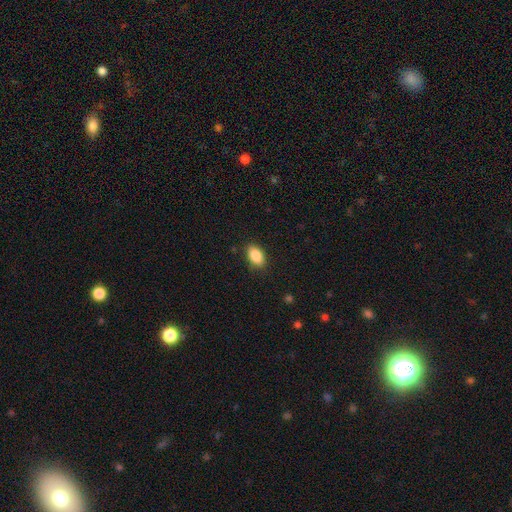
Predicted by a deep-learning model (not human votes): Overall: smooth (87%). How rounded: in between (91%). Merging: none (86%).